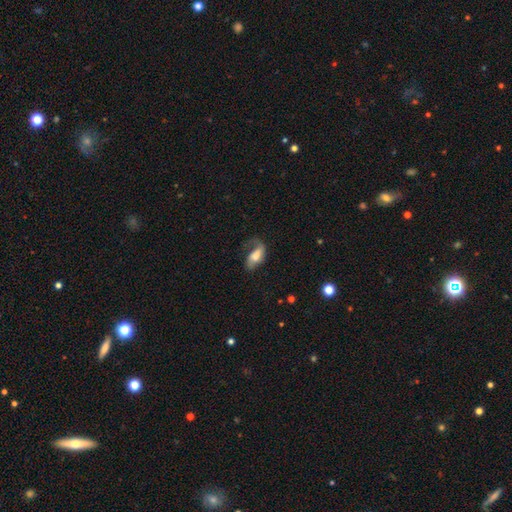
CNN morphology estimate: A featured or disk galaxy (46%, tied with smooth). Merging: major disturbance (40%).